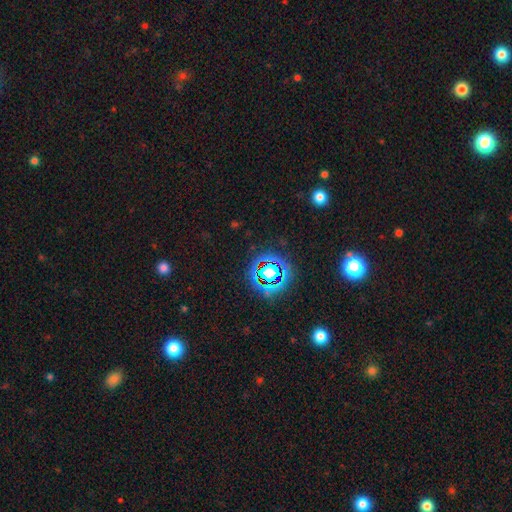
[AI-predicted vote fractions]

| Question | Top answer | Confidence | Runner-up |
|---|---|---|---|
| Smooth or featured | star or artifact | 71% | smooth (20%) |